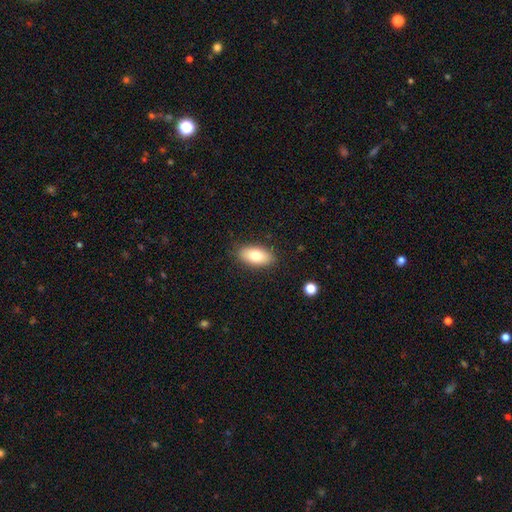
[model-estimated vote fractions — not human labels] This appears to be a smooth galaxy with no disk features (78%) that is in between round and cigar-shaped (91%). Merging: none (87%).